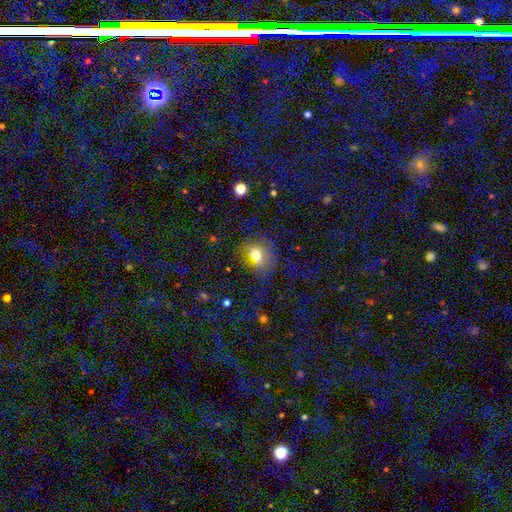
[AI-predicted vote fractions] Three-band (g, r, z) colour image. It shows a smooth galaxy with no disk features (70%) that is round (52%). Merging: none (59%).